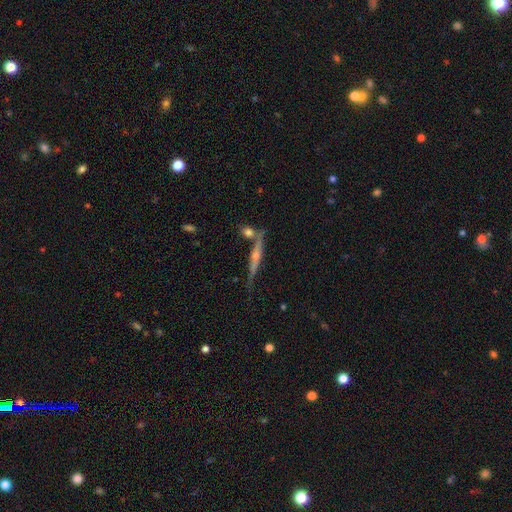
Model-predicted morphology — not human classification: type=featured or disk (76%); edge-on=yes (96%); edge-on bulge=rounded (70%); merging=none (74%).